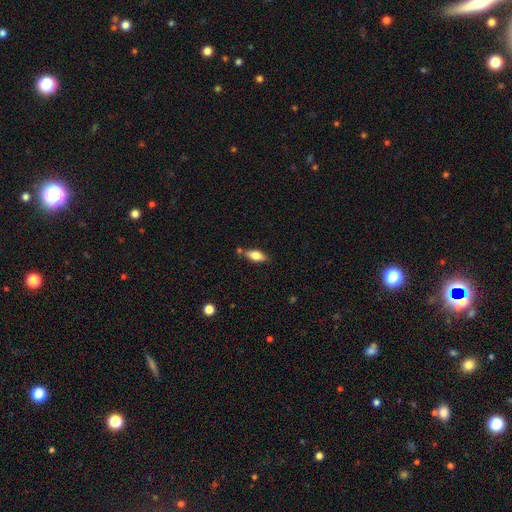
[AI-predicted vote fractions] Smooth or featured? smooth (75%)
How rounded? in between (80%)
Merging? none (73%)